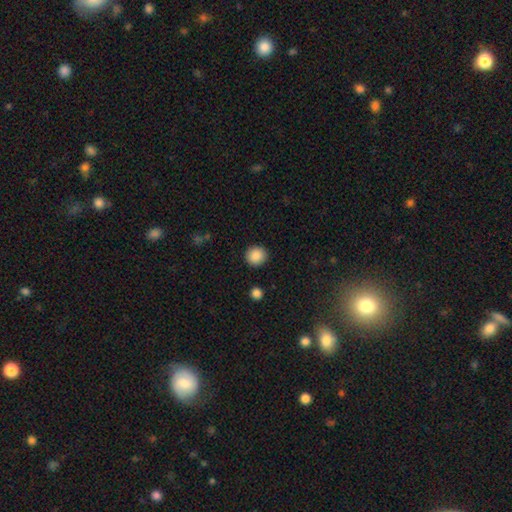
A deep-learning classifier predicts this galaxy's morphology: Smooth or featured?
  - smooth: 88% *
  - star or artifact: 8%
  - featured or disk: 4%
How rounded?
  - round: 90% *
  - in between: 9%
  - cigar-shaped: 1%
Merging?
  - none: 91% *
  - minor disturbance: 6%
  - major disturbance: 2%
  - merger: 1%